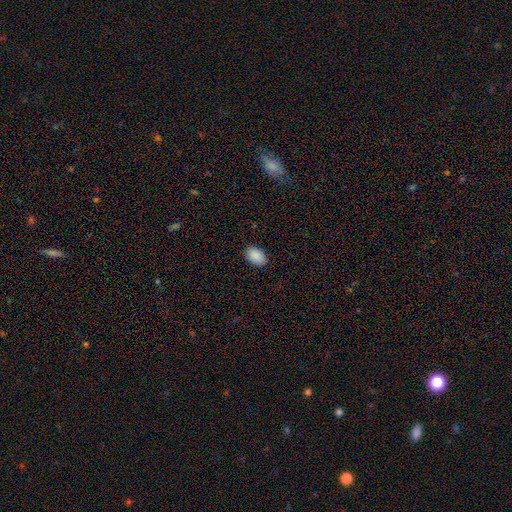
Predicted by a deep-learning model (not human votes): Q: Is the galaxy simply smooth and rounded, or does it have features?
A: smooth — 90%.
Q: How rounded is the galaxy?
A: in between — 90%.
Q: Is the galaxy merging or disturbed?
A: none — 89%.